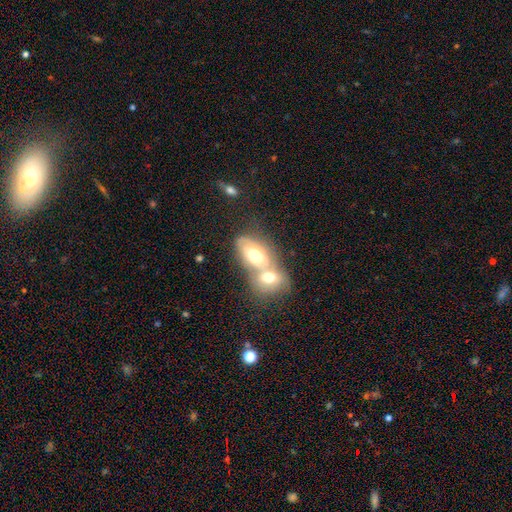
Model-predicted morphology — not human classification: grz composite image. It shows a smooth galaxy with no disk features (57%) that is in between round and cigar-shaped (83%). Merging: merger (71%).